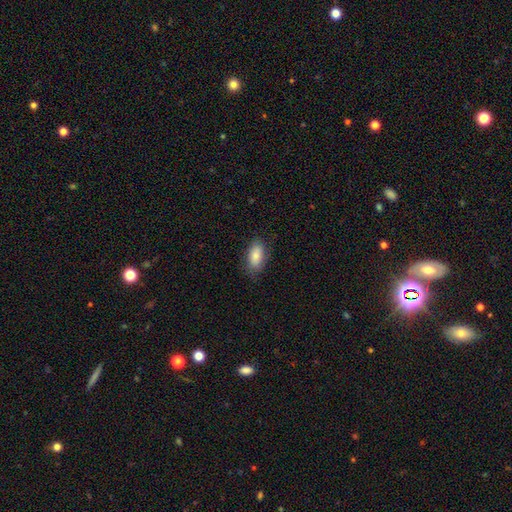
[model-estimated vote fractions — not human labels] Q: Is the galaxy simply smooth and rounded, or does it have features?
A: smooth — 83%.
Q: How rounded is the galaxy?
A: in between — 89%.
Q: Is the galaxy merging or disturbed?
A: none — 80%.